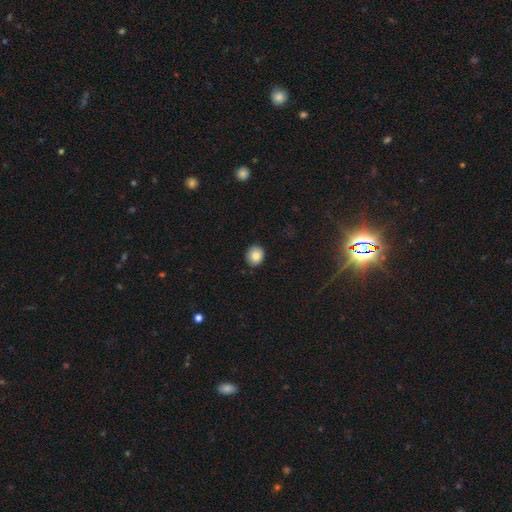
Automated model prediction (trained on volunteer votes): The model was most divided on "how rounded": round: 79%, in between: 20%, cigar-shaped: 1%. More confident: merging — none (88%); smooth or featured — smooth (84%).